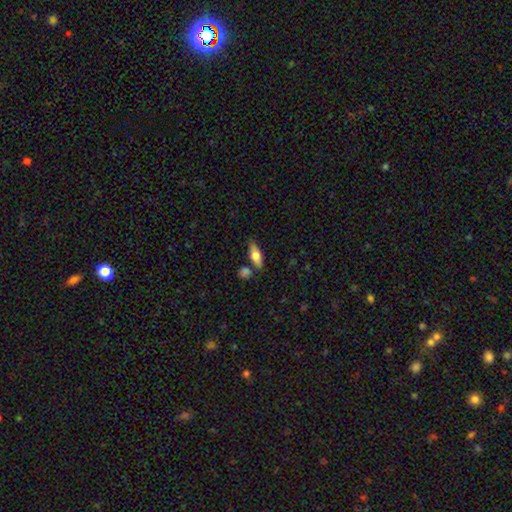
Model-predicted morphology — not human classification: smooth 66%, featured or disk 27%, star or artifact 6%. Down the decision tree: how rounded — in between (65%); merging — none (76%).